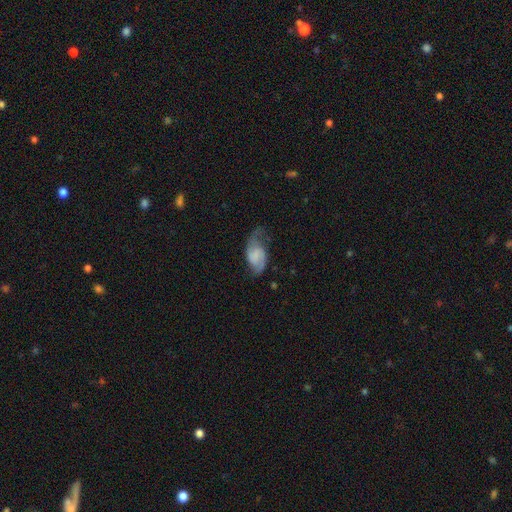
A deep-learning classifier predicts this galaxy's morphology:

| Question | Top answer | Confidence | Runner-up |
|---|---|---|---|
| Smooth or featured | featured or disk | 67% | smooth (25%) |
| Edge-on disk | no | 97% | yes (3%) |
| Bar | weak | 45% | no (43%) |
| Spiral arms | yes | 92% | no (8%) |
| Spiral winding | medium | 42% | loose (41%) |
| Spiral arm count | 2 | 85% | can't tell (6%) |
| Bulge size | none | 55% | small (24%) |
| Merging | none | 53% | minor disturbance (27%) |